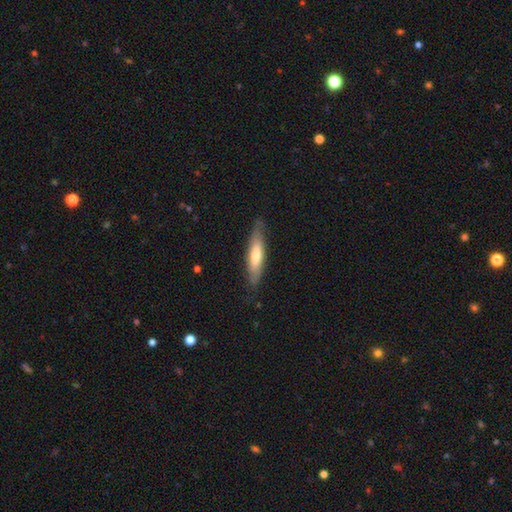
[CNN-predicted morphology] smooth_or_featured: smooth (p=0.56) [alt: featured or disk p=0.38]
how_rounded: cigar-shaped (p=0.75) [alt: in between p=0.24]
merging: none (p=0.81) [alt: minor disturbance p=0.15]